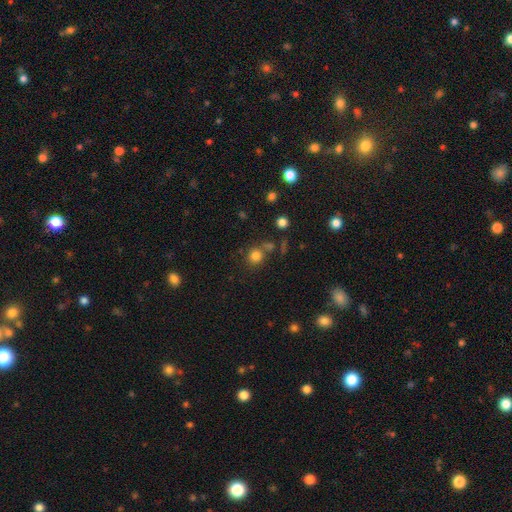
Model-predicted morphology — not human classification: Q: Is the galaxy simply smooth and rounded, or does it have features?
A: smooth — 79%.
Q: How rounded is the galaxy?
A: round — 88%.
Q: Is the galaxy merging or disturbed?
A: none — 69%.